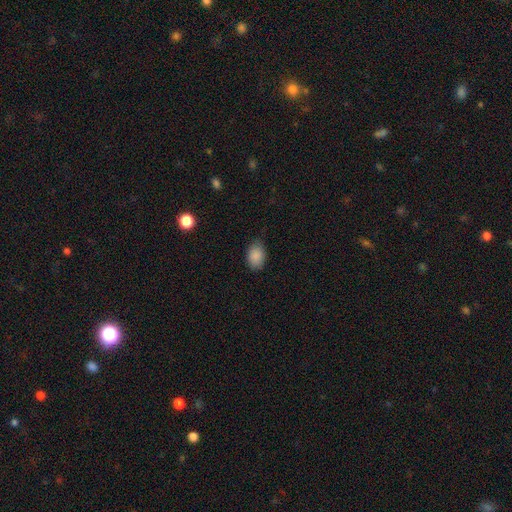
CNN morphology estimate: smooth_or_featured: smooth (p=0.88) [alt: star or artifact p=0.08]
how_rounded: in between (p=0.84) [alt: round p=0.15]
merging: none (p=0.77) [alt: minor disturbance p=0.19]